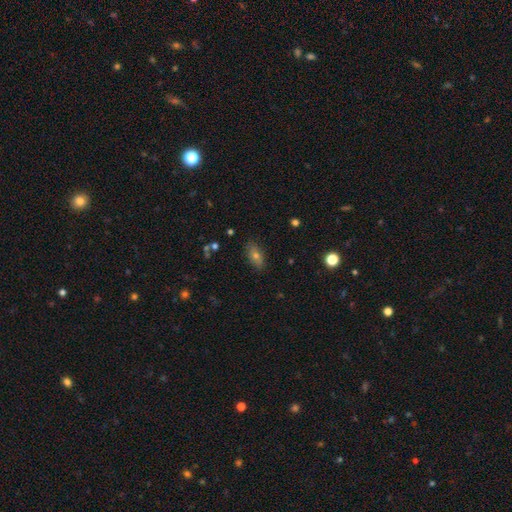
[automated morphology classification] The model was most divided on "smooth or featured": smooth: 64%, featured or disk: 20%, star or artifact: 16%. More confident: merging — none (85%); how rounded — in between (83%).